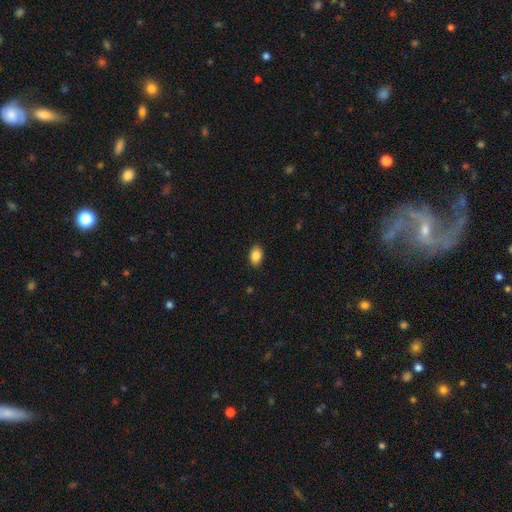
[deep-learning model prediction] A smooth galaxy with no disk features (87%) that is in between round and cigar-shaped (83%).

Vote fractions:
- Smooth or featured? smooth: 87% / star or artifact: 8% / featured or disk: 5%
- How rounded? in between: 83% / round: 16% / cigar-shaped: 1%
- Merging? none: 89% / minor disturbance: 8% / major disturbance: 2% / merger: 1%